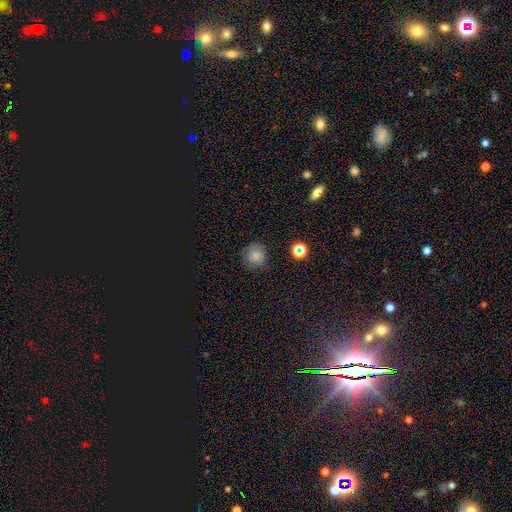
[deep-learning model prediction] smooth-or-featured: smooth: 78% | star or artifact: 14% | featured or disk: 8%
  how-rounded: round: 89% | in between: 10% | cigar-shaped: 1%
  merging: none: 79% | minor disturbance: 14% | major disturbance: 4% | merger: 2%